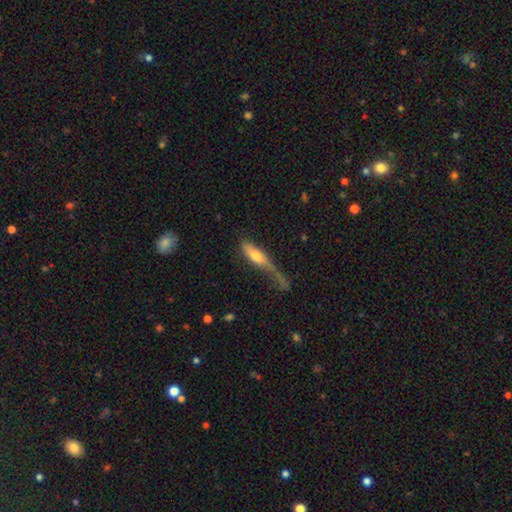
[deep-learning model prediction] Q: Smooth or featured?
A: smooth (61%); runner-up: featured or disk (32%)
Q: How rounded?
A: cigar-shaped (57%); runner-up: in between (40%)
Q: Merging?
A: major disturbance (45%); runner-up: none (24%)